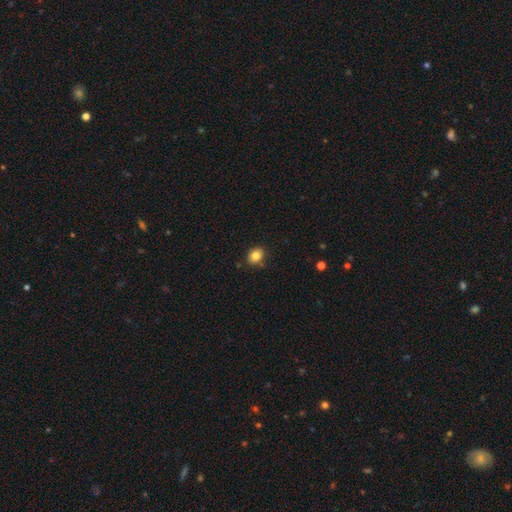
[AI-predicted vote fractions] smooth_or_featured: smooth (p=0.83) [alt: star or artifact p=0.10]
how_rounded: round (p=0.60) [alt: in between p=0.39]
merging: none (p=0.83) [alt: minor disturbance p=0.12]